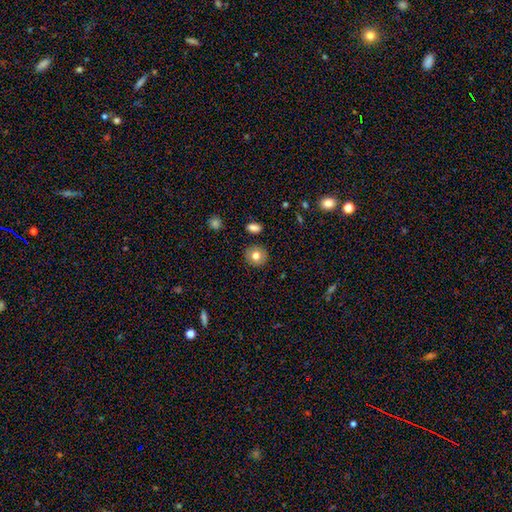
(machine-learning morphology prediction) smooth-or-featured: smooth: 78% | featured or disk: 12% | star or artifact: 9%
  how-rounded: round: 88% | in between: 11% | cigar-shaped: 1%
  merging: none: 89% | minor disturbance: 7% | merger: 2% | major disturbance: 2%